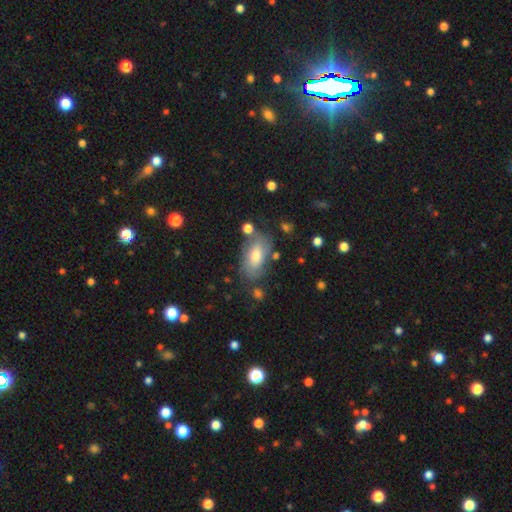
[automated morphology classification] smooth_or_featured: smooth (p=0.52) [alt: featured or disk p=0.40]
how_rounded: in between (p=0.90) [alt: round p=0.05]
merging: none (p=0.66) [alt: minor disturbance p=0.20]